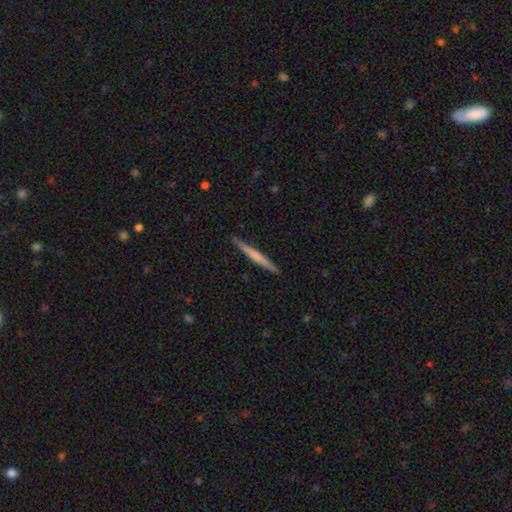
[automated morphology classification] smooth_or_featured: featured or disk (p=0.48) [alt: smooth p=0.47]
merging: none (p=0.92) [alt: minor disturbance p=0.06]